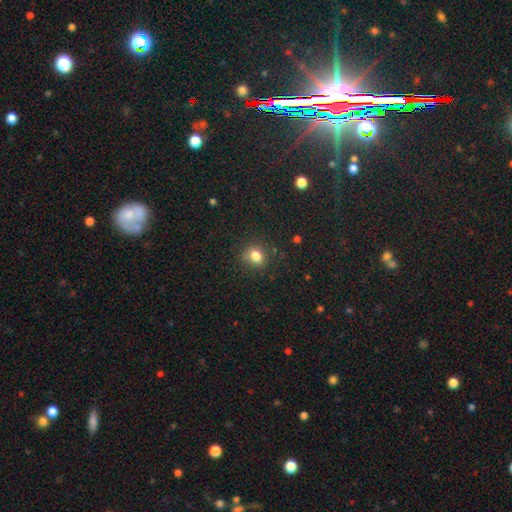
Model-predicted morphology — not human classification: Q: Smooth or featured?
A: smooth (81%); runner-up: star or artifact (13%)
Q: How rounded?
A: round (60%); runner-up: in between (39%)
Q: Merging?
A: none (80%); runner-up: minor disturbance (13%)